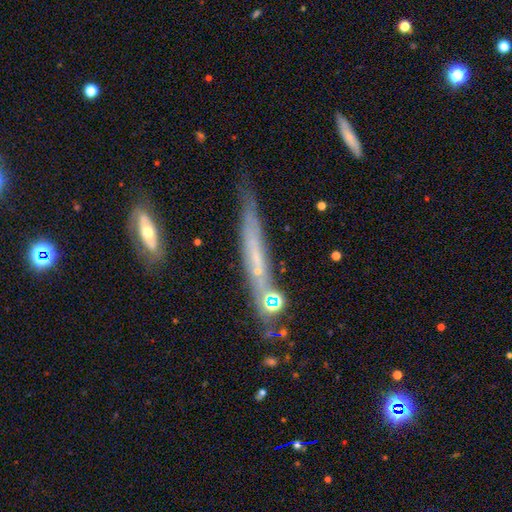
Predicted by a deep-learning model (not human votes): smooth-or-featured: featured or disk: 57% | smooth: 31% | star or artifact: 12%
  disk-edge-on: yes: 81% | no: 19%
  merging: none: 62% | minor disturbance: 21% | merger: 10% | major disturbance: 7%